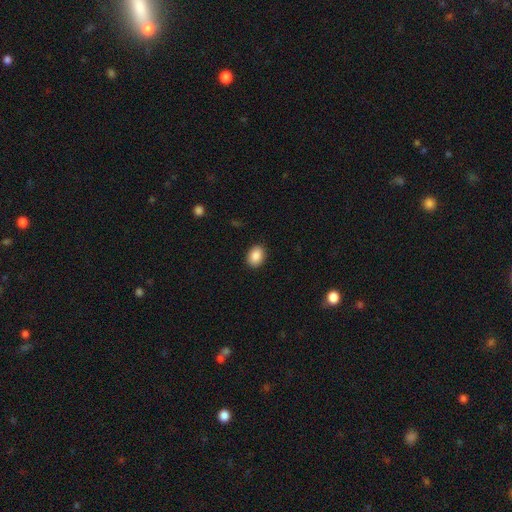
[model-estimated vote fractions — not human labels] Morphology: type=smooth (89%); roundness=in between (71%); merging=none (90%).